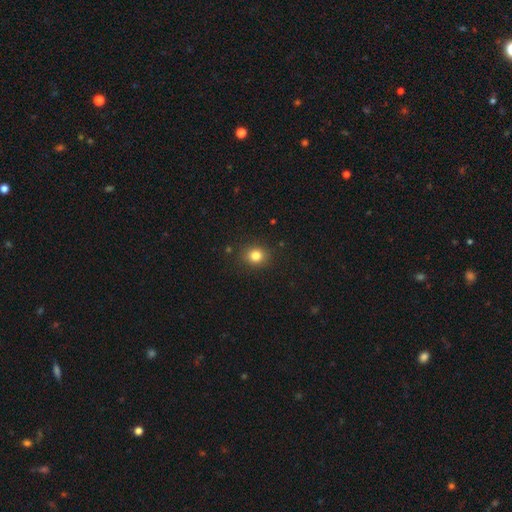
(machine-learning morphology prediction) Smooth or featured: smooth — 82% (star or artifact — 12%)
How rounded: round — 75% (in between — 24%)
Merging: none — 89% (minor disturbance — 8%)